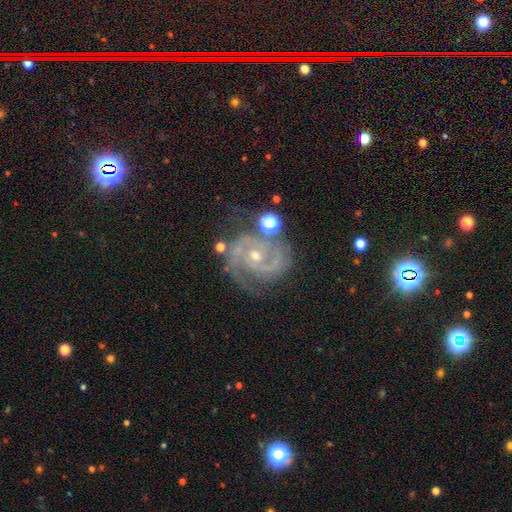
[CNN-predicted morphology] A featured or disk galaxy (90%) with no bar (63%), 2 (67%) tight (56%) spiral arms (98%) and a small central bulge (59%). Merging: none (68%).